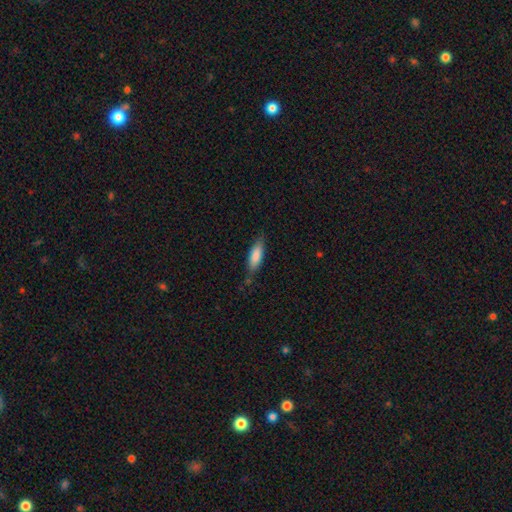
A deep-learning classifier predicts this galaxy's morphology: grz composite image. It shows a smooth galaxy with no disk features (82%) that is in between round and cigar-shaped (53%). Merging: none (76%).